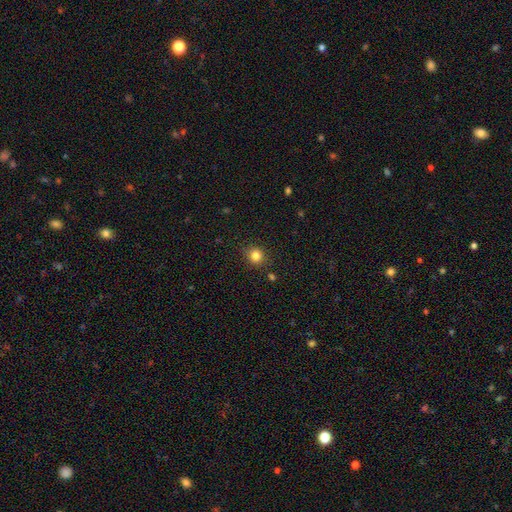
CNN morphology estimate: The model was most divided on "how rounded": round: 84%, in between: 15%, cigar-shaped: 1%. More confident: merging — none (87%); smooth or featured — smooth (83%).